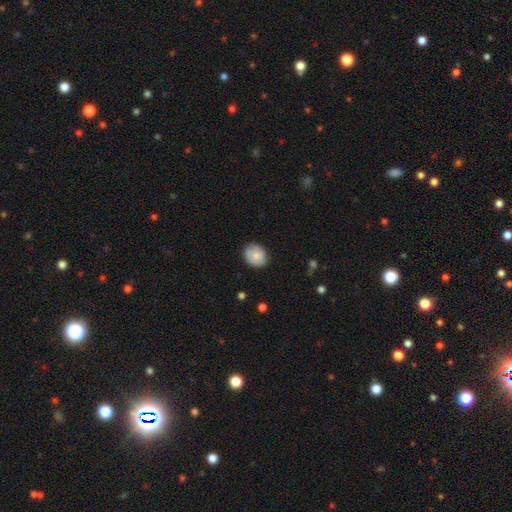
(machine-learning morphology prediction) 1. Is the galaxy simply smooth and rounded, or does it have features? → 75% smooth, 18% featured or disk, 7% star or artifact.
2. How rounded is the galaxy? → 56% round, 43% in between, 1% cigar-shaped.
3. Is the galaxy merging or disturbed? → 78% none, 18% minor disturbance, 3% major disturbance, 1% merger.